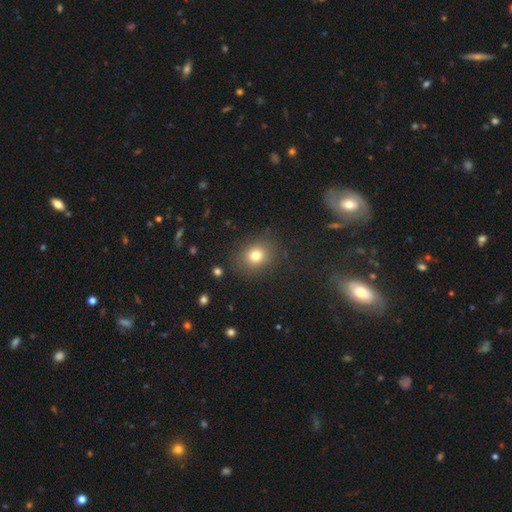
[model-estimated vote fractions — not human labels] Smooth or featured? smooth (77%)
How rounded? round (59%)
Merging? none (84%)